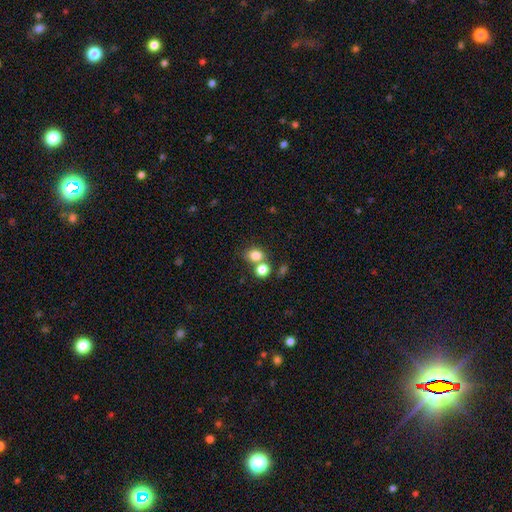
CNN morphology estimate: The model was most divided on "merging": none: 50%, merger: 37%, minor disturbance: 9%, major disturbance: 4%. More confident: smooth or featured — smooth (80%); how rounded — round (63%).